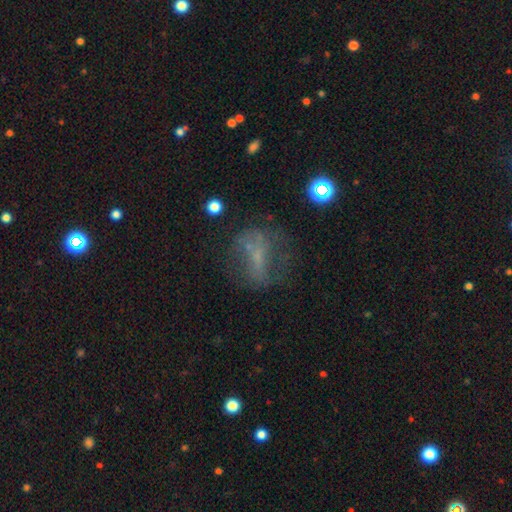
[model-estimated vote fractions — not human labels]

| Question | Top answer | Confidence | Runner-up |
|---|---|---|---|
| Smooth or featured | featured or disk | 41% | smooth (35%) |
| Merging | none | 50% | major disturbance (26%) |